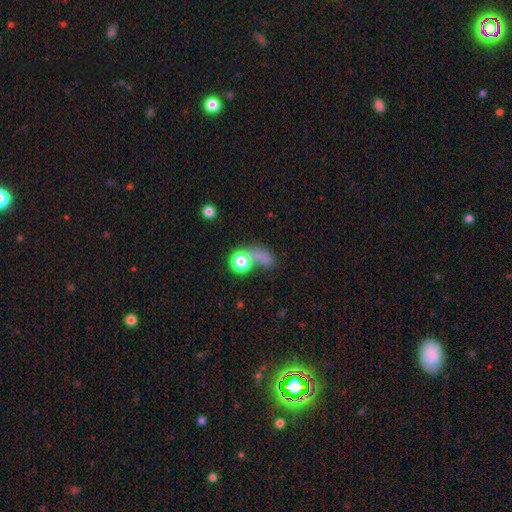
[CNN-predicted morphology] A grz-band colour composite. It shows a smooth galaxy with no disk features (61%) that is round (59%). Merging: none (35%).